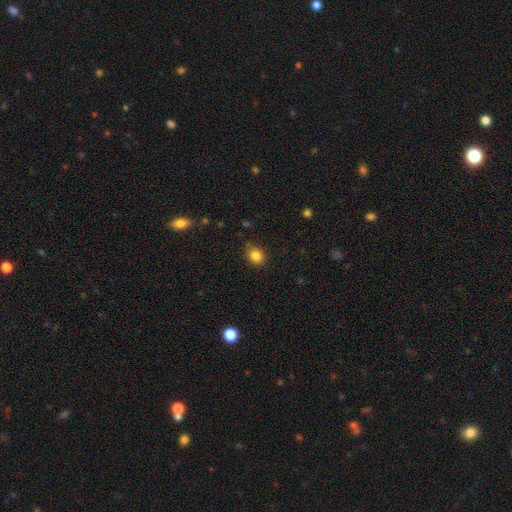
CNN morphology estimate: The model was most divided on "how rounded": round: 71%, in between: 28%, cigar-shaped: 1%. More confident: merging — none (85%); smooth or featured — smooth (85%).